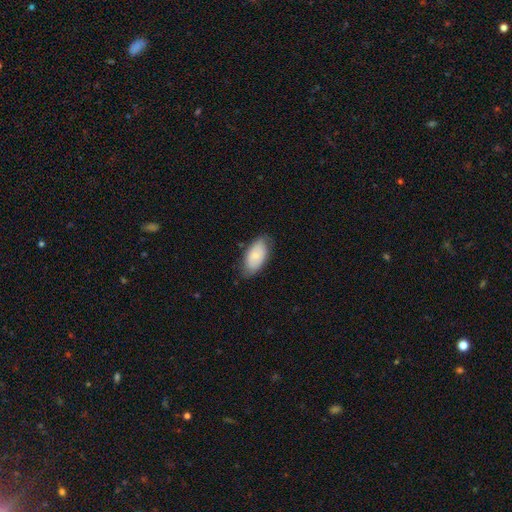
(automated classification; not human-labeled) This is likely a smooth galaxy (76%). How rounded: clearly in between (94%). Merging: likely none (73%).